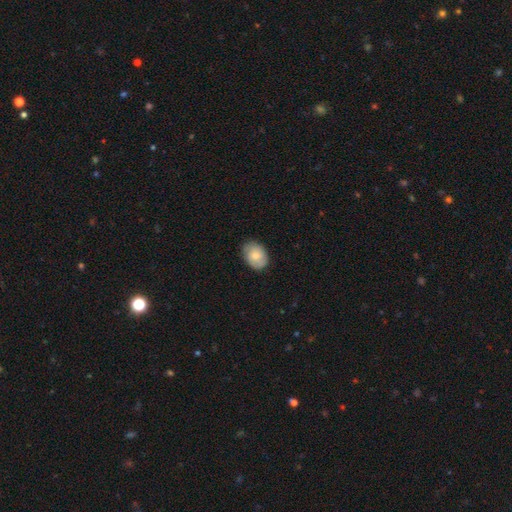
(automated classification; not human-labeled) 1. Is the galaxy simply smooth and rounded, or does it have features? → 72% smooth, 21% featured or disk, 7% star or artifact.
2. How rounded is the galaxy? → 71% in between, 28% round, 1% cigar-shaped.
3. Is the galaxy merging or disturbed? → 79% none, 16% minor disturbance, 3% major disturbance, 1% merger.